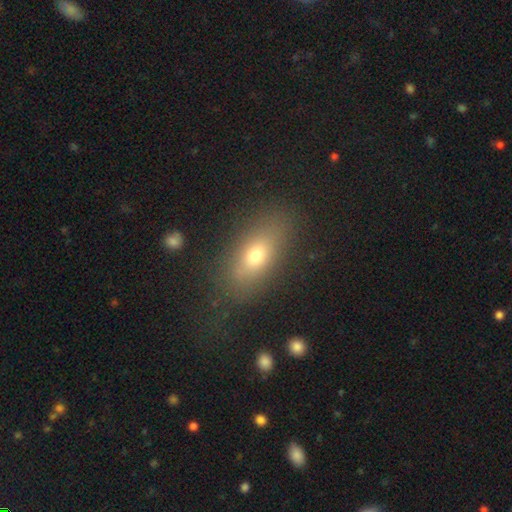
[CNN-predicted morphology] A smooth galaxy with no disk features (68%) that is in between round and cigar-shaped (79%).

Vote fractions:
- Smooth or featured? smooth: 68% / featured or disk: 20% / star or artifact: 11%
- How rounded? in between: 79% / cigar-shaped: 12% / round: 9%
- Merging? none: 79% / minor disturbance: 13% / major disturbance: 6% / merger: 2%